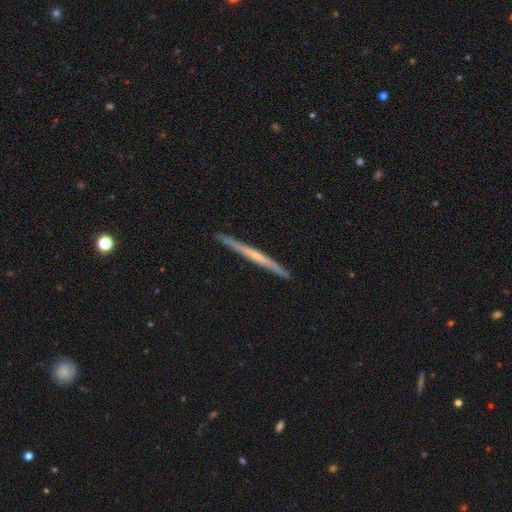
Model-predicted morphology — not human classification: This is likely a featured or disk galaxy (69%). It is clearly viewed edge-on (98%). Edge-on bulge: possibly none (54%). Merging: clearly none (92%).